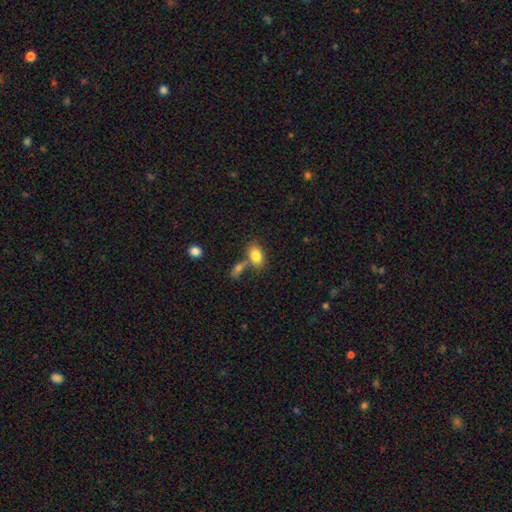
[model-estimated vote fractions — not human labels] This appears to be a smooth galaxy with no disk features (82%) that is in between round and cigar-shaped (87%). Merging: none (51%).